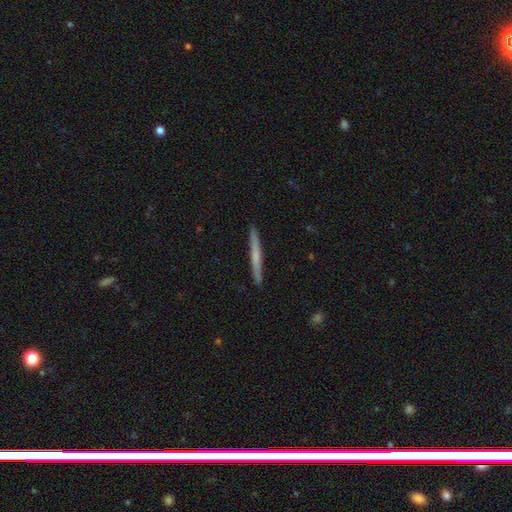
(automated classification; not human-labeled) This appears to be a smooth galaxy with no disk features (49%). Merging: none (92%).